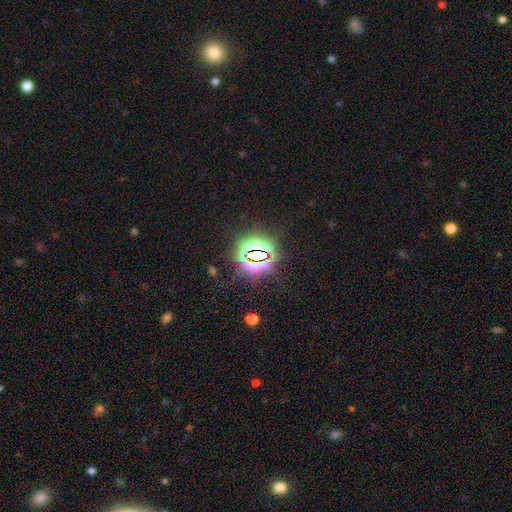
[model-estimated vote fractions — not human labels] Q: Smooth or featured?
A: star or artifact (79%); runner-up: smooth (13%)